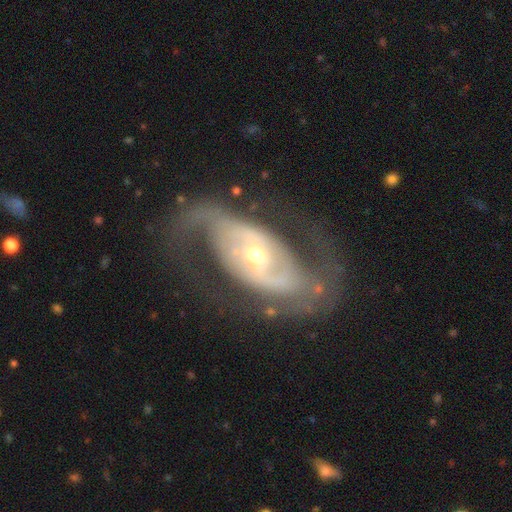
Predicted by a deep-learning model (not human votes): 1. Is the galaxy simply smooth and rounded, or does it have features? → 87% featured or disk, 7% smooth, 5% star or artifact.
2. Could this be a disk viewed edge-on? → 95% no, 5% yes.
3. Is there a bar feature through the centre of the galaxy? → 42% no, 32% weak, 25% strong.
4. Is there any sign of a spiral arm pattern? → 91% yes, 9% no.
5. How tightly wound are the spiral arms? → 46% medium, 35% loose, 19% tight.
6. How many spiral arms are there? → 87% 2, 6% can't tell, 3% 1, 2% 3, 1% 4, 1% more than 4.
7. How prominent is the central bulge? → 49% small, 46% moderate, 4% large, 1% dominant, 1% none.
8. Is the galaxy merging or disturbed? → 67% none, 16% major disturbance, 15% minor disturbance, 2% merger.